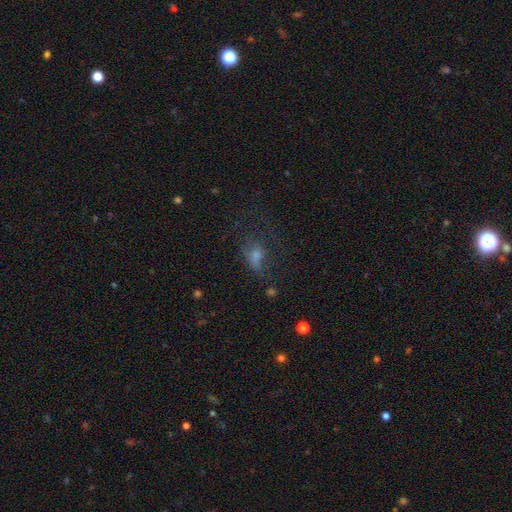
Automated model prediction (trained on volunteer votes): A smooth galaxy with no disk features (45%).

Vote fractions:
- Smooth or featured? smooth: 45% / featured or disk: 29% / star or artifact: 26%
- Merging? none: 41% / major disturbance: 35% / minor disturbance: 21% / merger: 3%